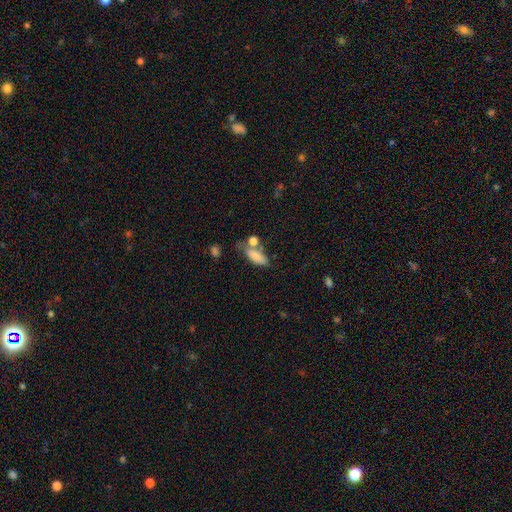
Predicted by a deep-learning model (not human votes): A smooth galaxy with no disk features (79%) that is in between round and cigar-shaped (75%). Merging: none (43%).